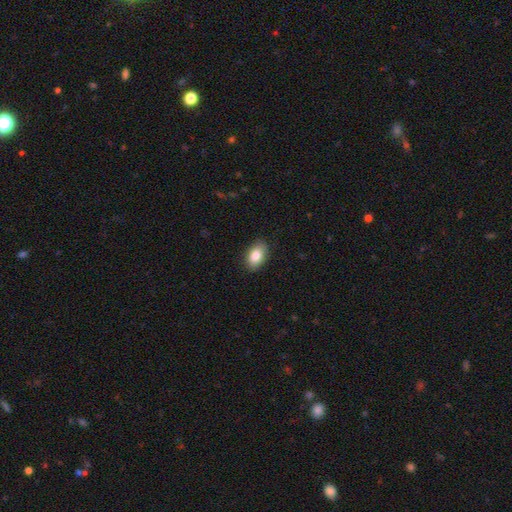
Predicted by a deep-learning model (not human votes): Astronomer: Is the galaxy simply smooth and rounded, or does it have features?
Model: smooth — 84%.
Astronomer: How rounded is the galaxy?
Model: in between — 91%.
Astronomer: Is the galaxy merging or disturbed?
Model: none — 87%.